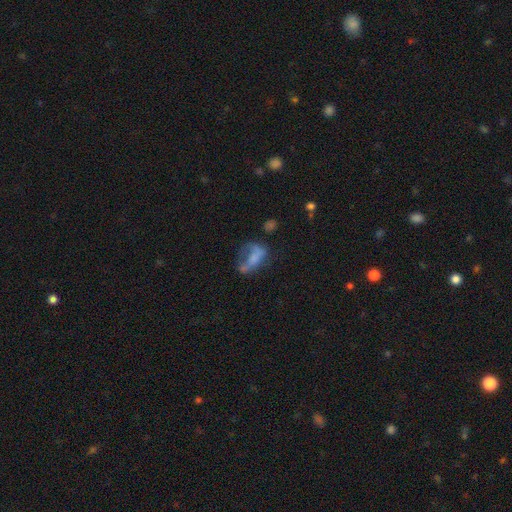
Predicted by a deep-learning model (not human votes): This appears to be a smooth galaxy with no disk features (47%). Merging: major disturbance (43%).